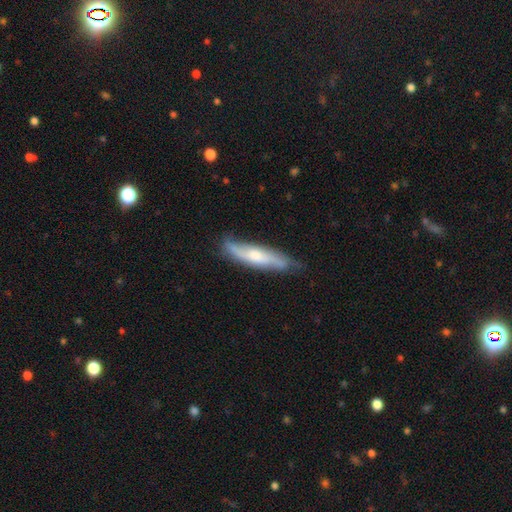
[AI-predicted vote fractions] smooth-or-featured: featured or disk: 53% | smooth: 41% | star or artifact: 6%
  disk-edge-on: yes: 54% | no: 46%
  merging: none: 71% | minor disturbance: 22% | major disturbance: 5% | merger: 2%